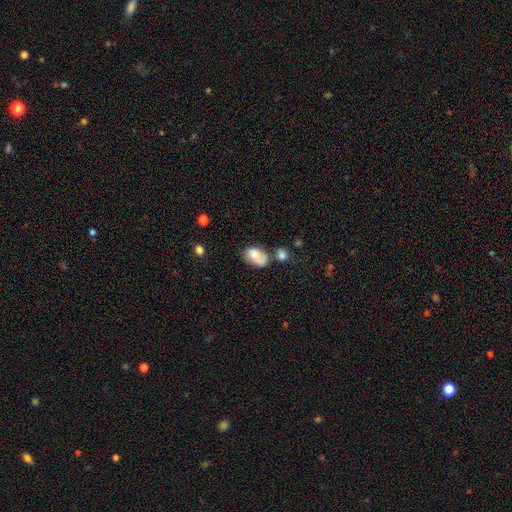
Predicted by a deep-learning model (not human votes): smooth 64%, featured or disk 28%, star or artifact 8%. Down the decision tree: how rounded — in between (89%); merging — none (40%).